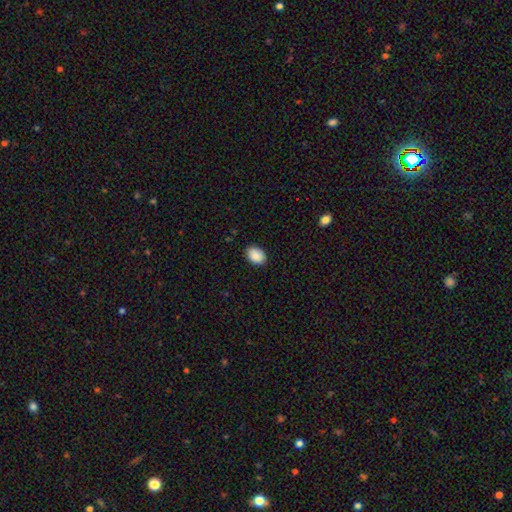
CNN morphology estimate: A smooth galaxy with no disk features (89%) that is in between round and cigar-shaped (79%).

Vote fractions:
- Smooth or featured? smooth: 89% / star or artifact: 7% / featured or disk: 4%
- How rounded? in between: 79% / round: 20% / cigar-shaped: 1%
- Merging? none: 88% / minor disturbance: 9% / major disturbance: 2% / merger: 1%